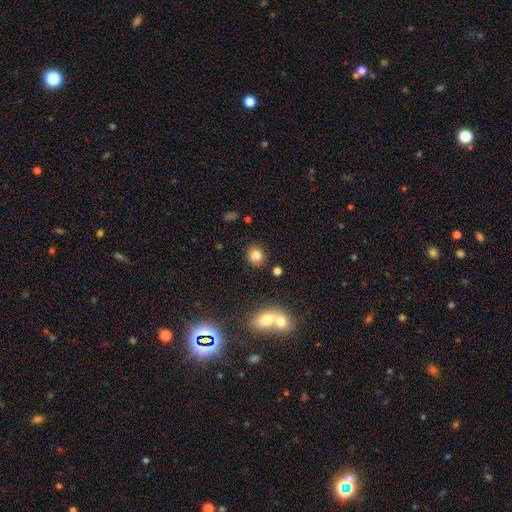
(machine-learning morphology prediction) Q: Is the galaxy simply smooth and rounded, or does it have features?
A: smooth — 76%.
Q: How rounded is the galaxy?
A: round — 78%.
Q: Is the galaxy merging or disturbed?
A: none — 72%.